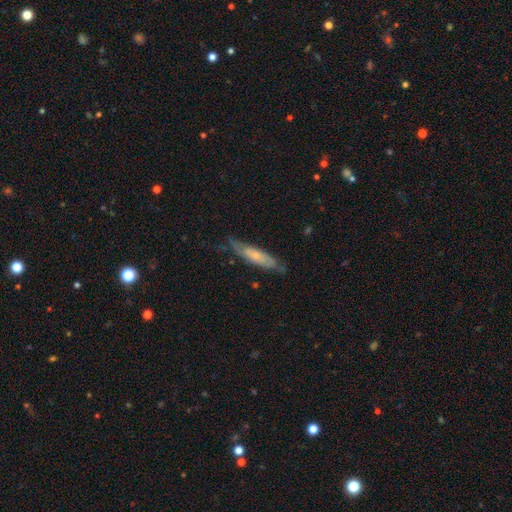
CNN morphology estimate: type=featured or disk (52%); edge-on=no (53%); merging=none (62%).